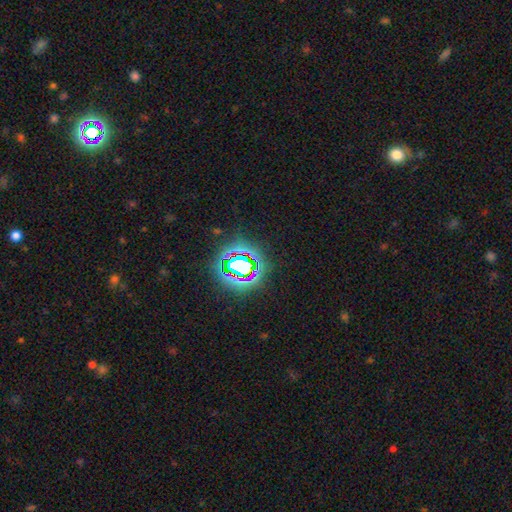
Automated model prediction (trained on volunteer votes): Smooth or featured? Predicted: star or artifact (p=0.81).